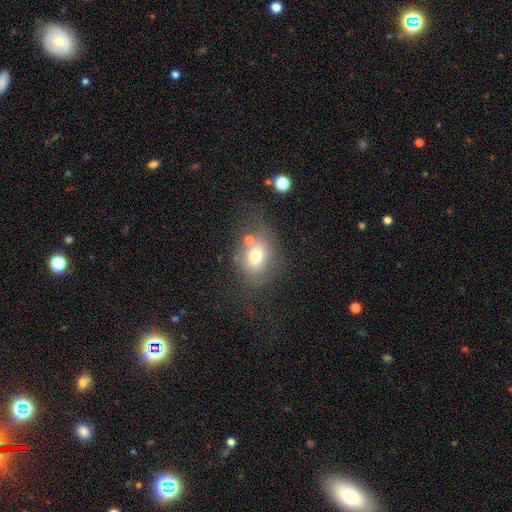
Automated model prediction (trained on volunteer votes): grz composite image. It shows a smooth galaxy with no disk features (68%) that is in between round and cigar-shaped (51%). Merging: none (46%).